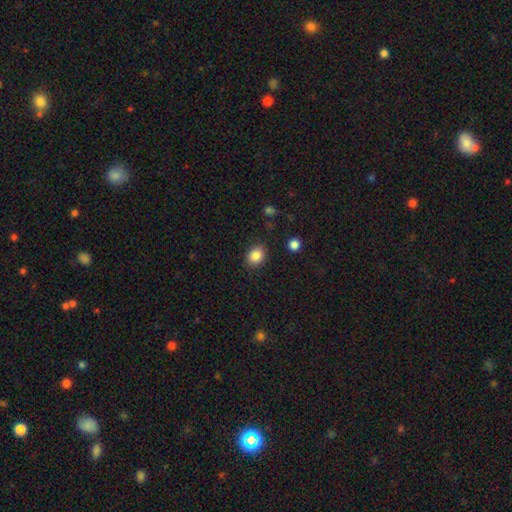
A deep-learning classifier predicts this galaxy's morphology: smooth-or-featured: smooth: 85% | star or artifact: 10% | featured or disk: 5%
  how-rounded: round: 59% | in between: 40% | cigar-shaped: 1%
  merging: none: 87% | minor disturbance: 9% | major disturbance: 3% | merger: 2%